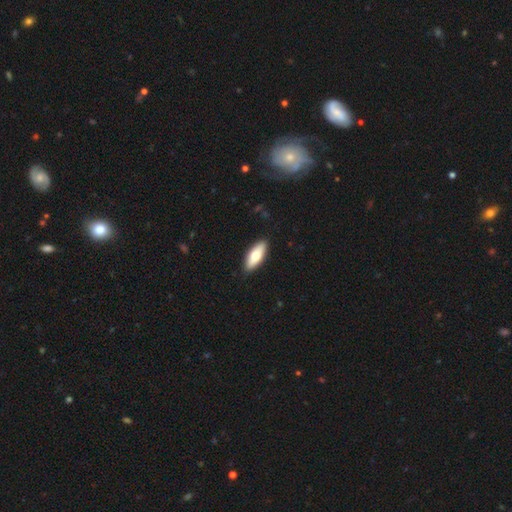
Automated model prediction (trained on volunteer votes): smooth-or-featured: smooth: 68% | featured or disk: 27% | star or artifact: 5%
  how-rounded: in between: 72% | cigar-shaped: 26% | round: 2%
  merging: none: 90% | minor disturbance: 8% | major disturbance: 2% | merger: 1%